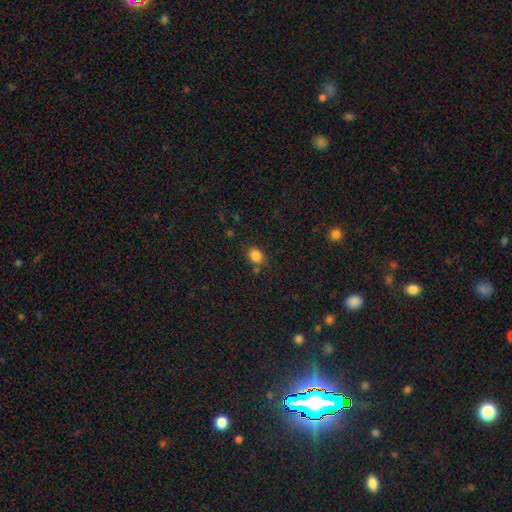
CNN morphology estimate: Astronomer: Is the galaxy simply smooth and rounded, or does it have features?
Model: smooth — 84%.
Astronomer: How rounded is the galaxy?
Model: round — 56% (runner-up: in between, 43%).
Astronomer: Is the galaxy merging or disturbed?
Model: none — 75%.